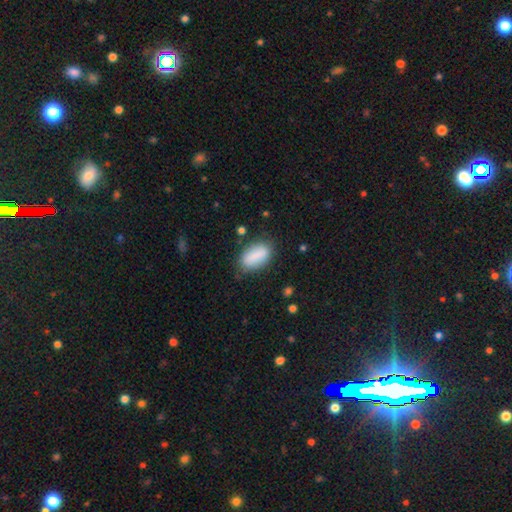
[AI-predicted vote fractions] Smooth or featured: smooth — 85% (featured or disk — 8%)
How rounded: in between — 89% (cigar-shaped — 6%)
Merging: none — 76% (minor disturbance — 16%)